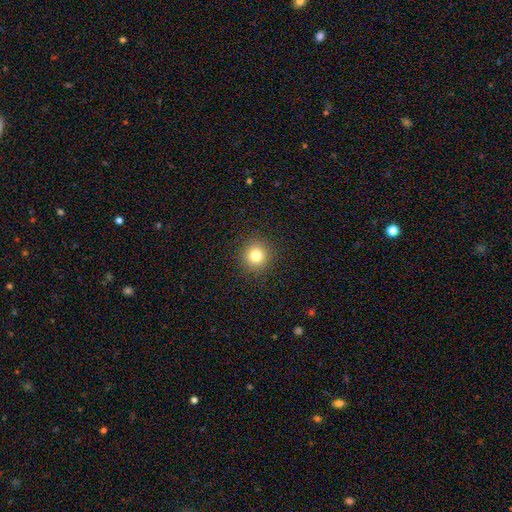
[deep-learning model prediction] Smooth or featured?
  - smooth: 81% *
  - star or artifact: 12%
  - featured or disk: 7%
How rounded?
  - round: 92% *
  - in between: 7%
  - cigar-shaped: 1%
Merging?
  - none: 91% *
  - minor disturbance: 6%
  - major disturbance: 2%
  - merger: 1%